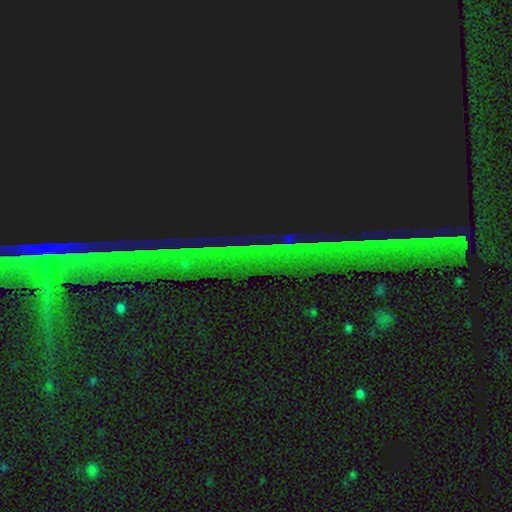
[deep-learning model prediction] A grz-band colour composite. It shows a star or artifact, not a galaxy (84%).